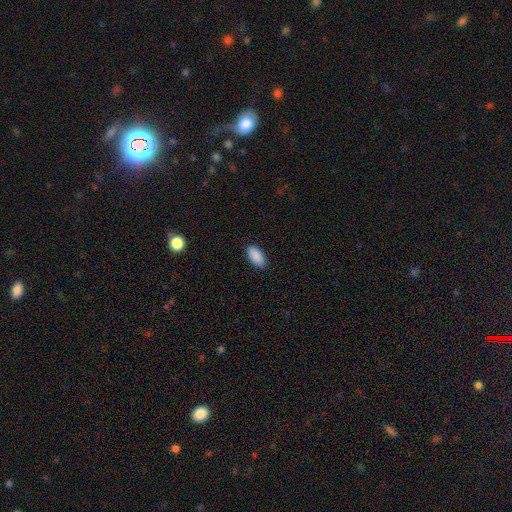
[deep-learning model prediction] Morphology: type=smooth (90%); roundness=in between (94%); merging=none (89%).